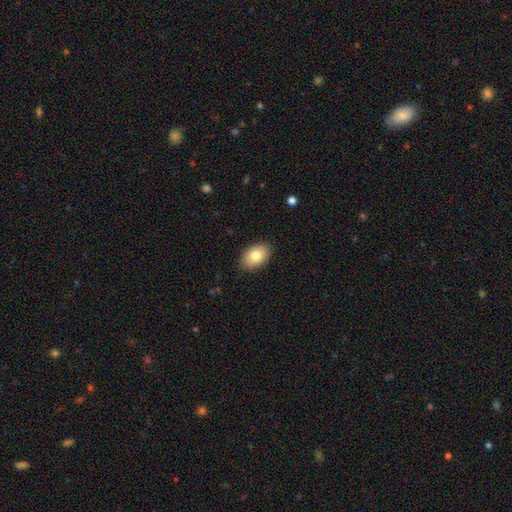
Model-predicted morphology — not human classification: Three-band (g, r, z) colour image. It shows a smooth galaxy with no disk features (81%) that is in between round and cigar-shaped (88%). Merging: none (88%).